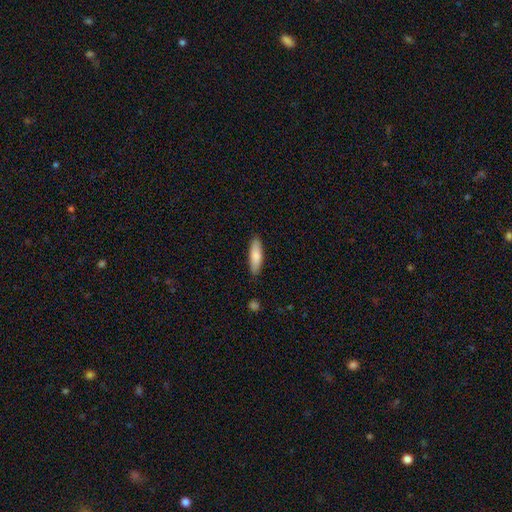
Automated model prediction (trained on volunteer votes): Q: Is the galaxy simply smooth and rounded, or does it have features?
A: smooth — 81%.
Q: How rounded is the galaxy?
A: cigar-shaped — 61%.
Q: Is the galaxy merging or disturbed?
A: none — 87%.